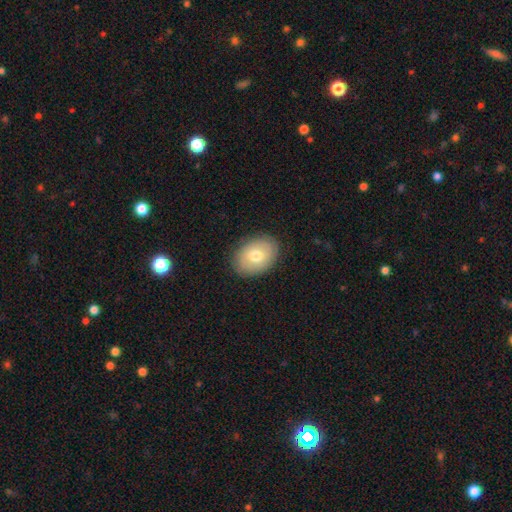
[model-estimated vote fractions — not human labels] This is likely a smooth galaxy (72%). How rounded: likely in between (75%). Merging: clearly none (86%).